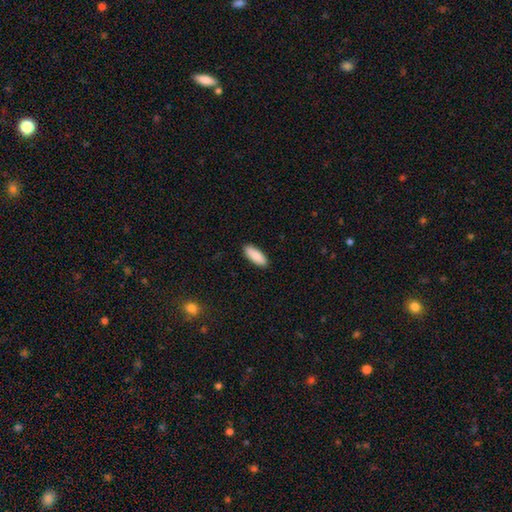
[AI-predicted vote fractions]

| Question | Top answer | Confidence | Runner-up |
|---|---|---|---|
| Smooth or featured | smooth | 89% | star or artifact (6%) |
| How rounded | in between | 71% | cigar-shaped (28%) |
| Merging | none | 90% | minor disturbance (7%) |